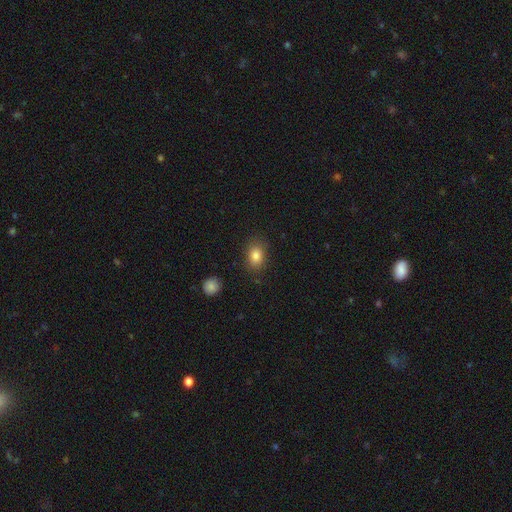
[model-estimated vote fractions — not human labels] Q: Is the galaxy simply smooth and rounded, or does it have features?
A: smooth — 84%.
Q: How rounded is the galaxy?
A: in between — 71%.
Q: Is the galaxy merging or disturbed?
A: none — 84%.